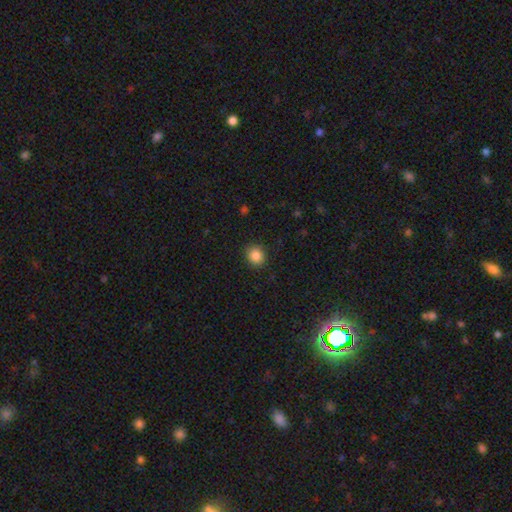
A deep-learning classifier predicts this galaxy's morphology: Smooth or featured?
  - smooth: 86% *
  - star or artifact: 10%
  - featured or disk: 4%
How rounded?
  - round: 77% *
  - in between: 22%
  - cigar-shaped: 1%
Merging?
  - none: 89% *
  - minor disturbance: 7%
  - major disturbance: 2%
  - merger: 1%